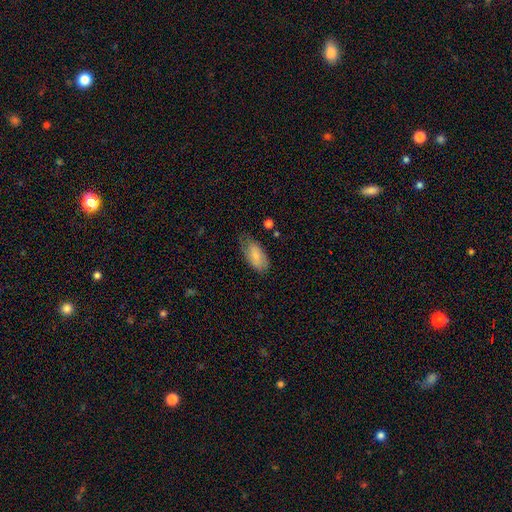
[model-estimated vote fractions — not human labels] Q: Smooth or featured?
A: smooth (72%); runner-up: featured or disk (22%)
Q: How rounded?
A: in between (91%); runner-up: cigar-shaped (6%)
Q: Merging?
A: none (60%); runner-up: minor disturbance (30%)